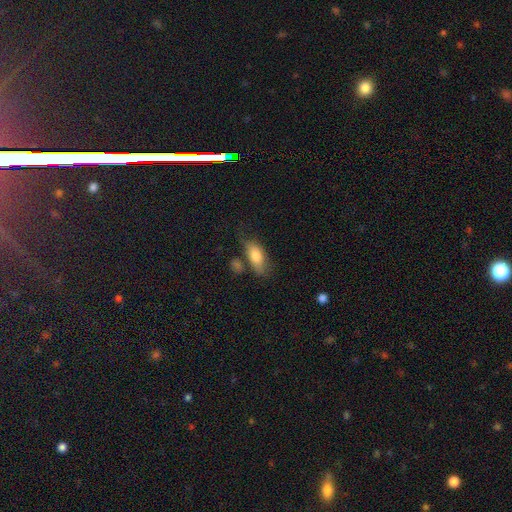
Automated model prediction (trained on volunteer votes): Overall: smooth (76%). How rounded: in between (83%). Merging: none (52%; minor disturbance 26%).